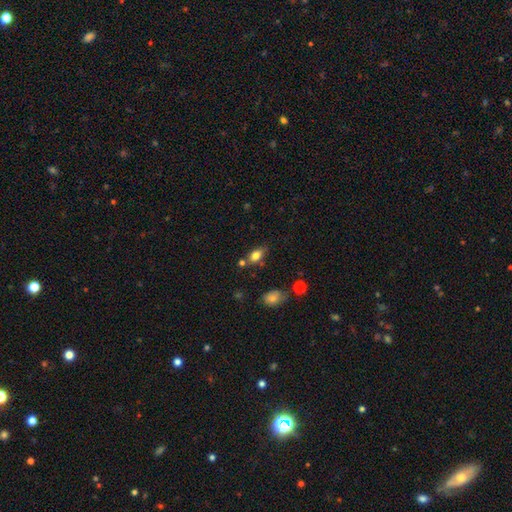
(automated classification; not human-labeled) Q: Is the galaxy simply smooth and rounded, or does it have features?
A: smooth — 79%.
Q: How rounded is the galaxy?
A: in between — 84%.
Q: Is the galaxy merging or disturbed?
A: none — 67%.